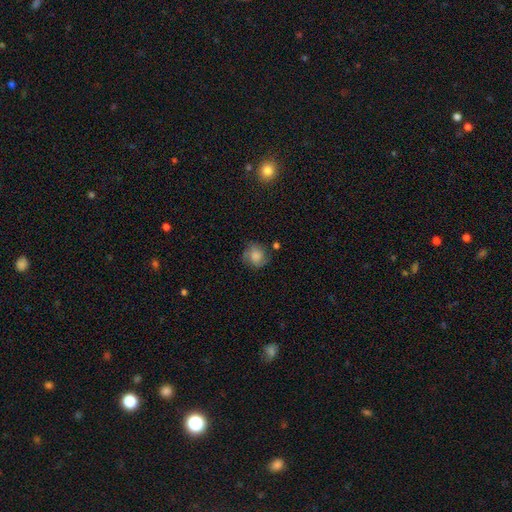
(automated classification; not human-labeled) Smooth or featured?
  - smooth: 52% *
  - featured or disk: 38%
  - star or artifact: 10%
How rounded?
  - round: 82% *
  - in between: 17%
  - cigar-shaped: 1%
Merging?
  - none: 68% *
  - minor disturbance: 20%
  - major disturbance: 9%
  - merger: 3%